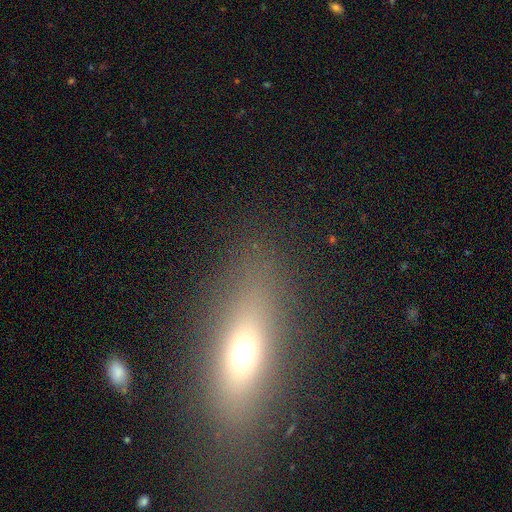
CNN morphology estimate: Q: Smooth or featured?
A: smooth (54%); runner-up: featured or disk (24%)
Q: How rounded?
A: in between (52%); runner-up: cigar-shaped (32%)
Q: Merging?
A: none (74%); runner-up: minor disturbance (13%)